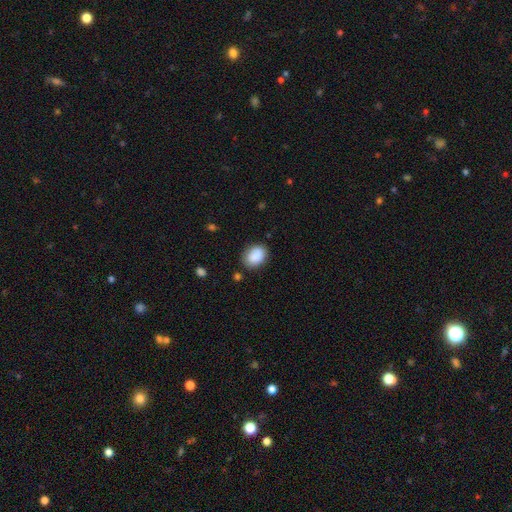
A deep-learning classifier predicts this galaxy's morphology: This is clearly a smooth galaxy (88%). How rounded: likely in between (72%). Merging: clearly none (80%).